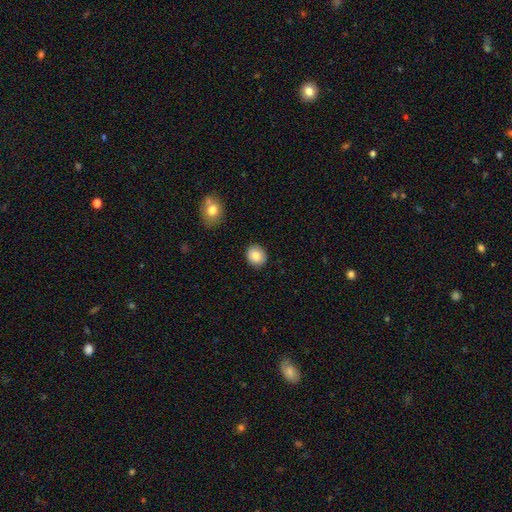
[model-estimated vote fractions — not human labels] This appears to be a smooth galaxy with no disk features (85%) that is round (78%). Merging: none (90%).